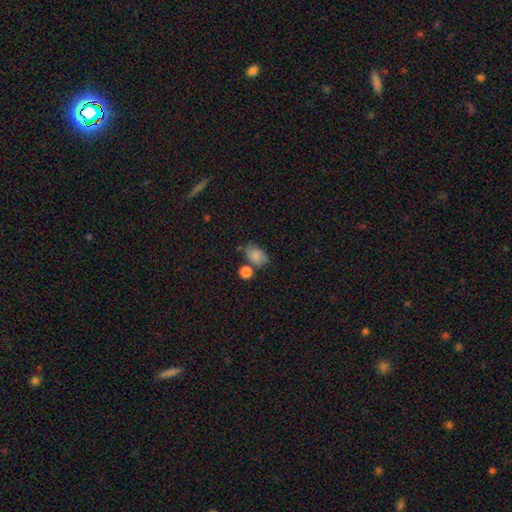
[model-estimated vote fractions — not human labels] Smooth or featured?
  - smooth: 82% *
  - star or artifact: 9%
  - featured or disk: 9%
How rounded?
  - in between: 82% *
  - round: 17%
  - cigar-shaped: 2%
Merging?
  - none: 56% *
  - minor disturbance: 21%
  - merger: 16%
  - major disturbance: 6%